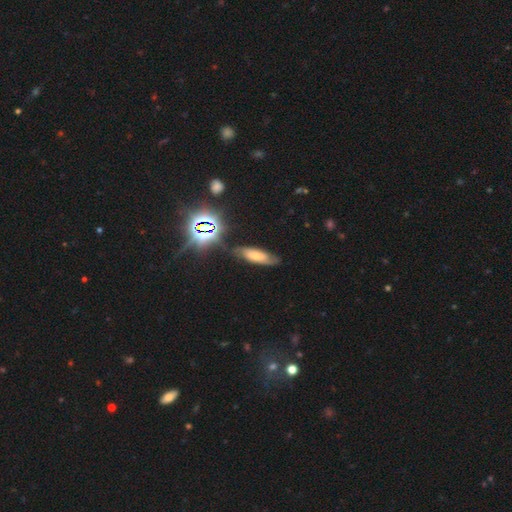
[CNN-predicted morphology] type=smooth (47%); merging=none (72%).